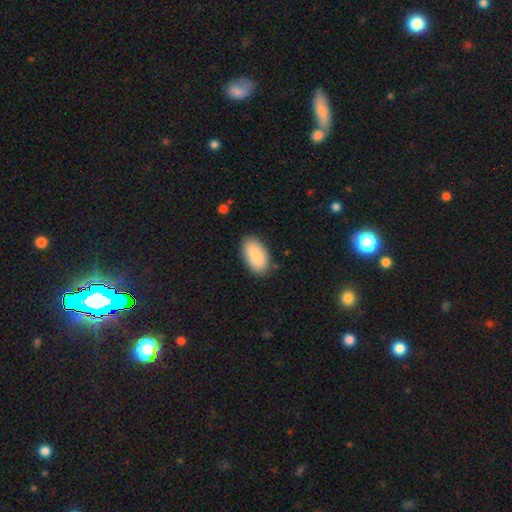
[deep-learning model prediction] The model was most divided on "merging": none: 85%, minor disturbance: 11%, major disturbance: 2%, merger: 2%. More confident: how rounded — in between (94%); smooth or featured — smooth (87%).